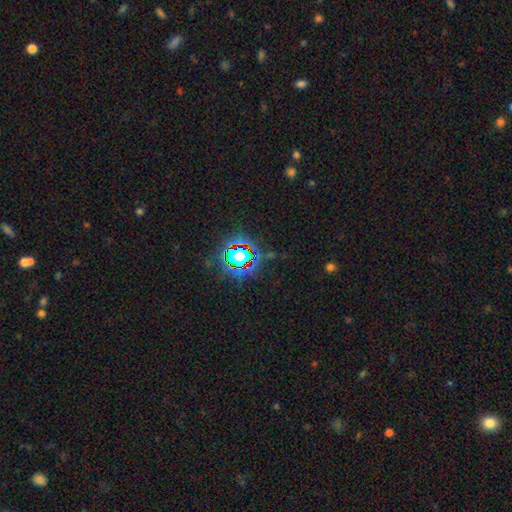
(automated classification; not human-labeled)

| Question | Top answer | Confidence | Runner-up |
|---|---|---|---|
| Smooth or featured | star or artifact | 82% | smooth (10%) |